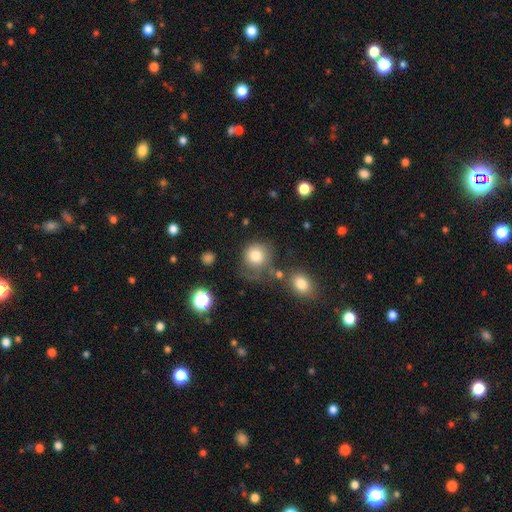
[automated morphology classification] Q: Smooth or featured?
A: smooth (78%); runner-up: featured or disk (13%)
Q: How rounded?
A: round (85%); runner-up: in between (14%)
Q: Merging?
A: none (50%); runner-up: minor disturbance (22%)